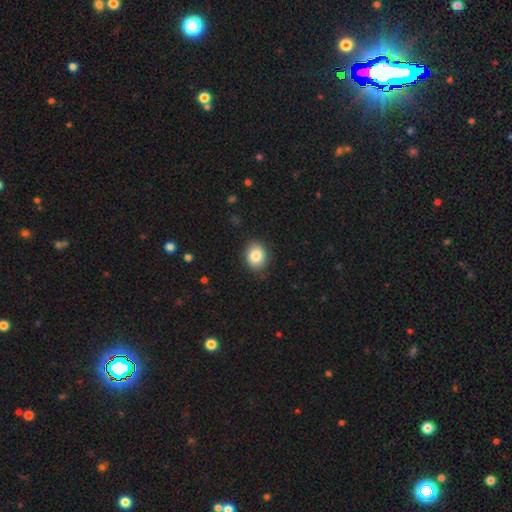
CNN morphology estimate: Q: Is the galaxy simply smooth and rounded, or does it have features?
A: smooth — 85%.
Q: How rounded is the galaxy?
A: round — 53%.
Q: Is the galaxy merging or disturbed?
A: none — 86%.